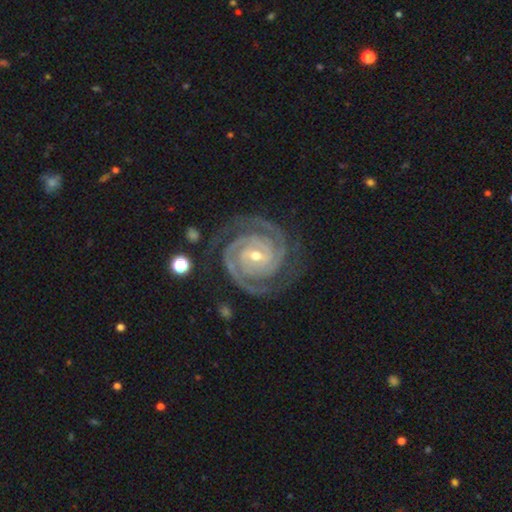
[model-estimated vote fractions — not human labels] Smooth or featured?
  - featured or disk: 94% *
  - star or artifact: 4%
  - smooth: 2%
Edge-on disk?
  - no: 98% *
  - yes: 2%
Bar?
  - weak: 40% *
  - no: 31%
  - strong: 29%
Spiral arms?
  - yes: 99% *
  - no: 1%
Spiral winding?
  - tight: 84% *
  - medium: 15%
  - loose: 2%
Spiral arm count?
  - 2: 75% *
  - 3: 13%
  - can't tell: 4%
  - 4: 4%
  - more than 4: 3%
  - 1: 3%
Bulge size?
  - small: 54% *
  - moderate: 44%
  - large: 1%
  - none: 1%
  - dominant: 1%
Merging?
  - none: 82% *
  - minor disturbance: 12%
  - major disturbance: 4%
  - merger: 2%